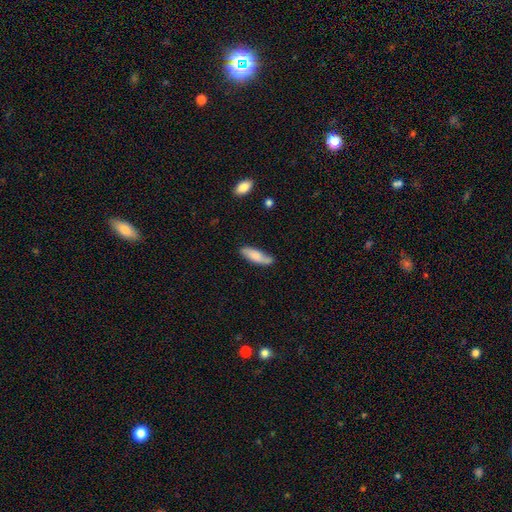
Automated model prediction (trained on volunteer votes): Overall: smooth (74%). How rounded: in between (50%; cigar-shaped 48%). Merging: none (67%).